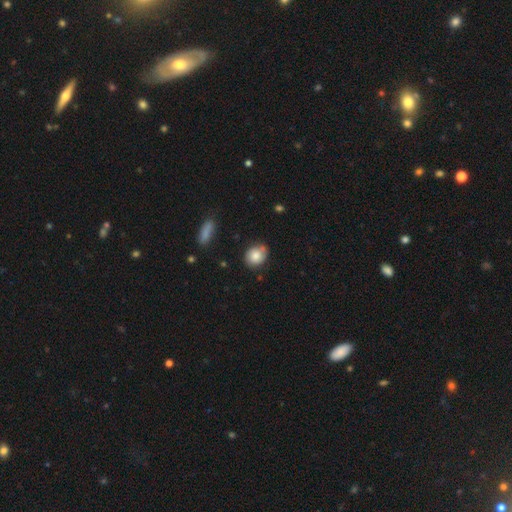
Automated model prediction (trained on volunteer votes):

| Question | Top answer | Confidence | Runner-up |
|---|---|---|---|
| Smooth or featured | smooth | 79% | featured or disk (13%) |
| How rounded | round | 61% | in between (38%) |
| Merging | none | 70% | minor disturbance (22%) |